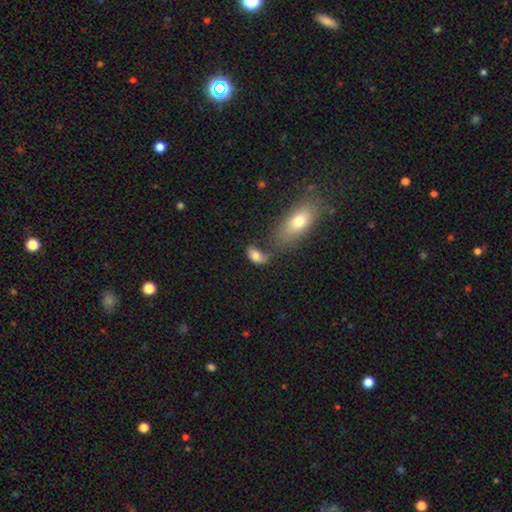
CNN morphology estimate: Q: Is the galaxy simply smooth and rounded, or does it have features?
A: smooth — 79%.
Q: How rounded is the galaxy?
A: in between — 89%.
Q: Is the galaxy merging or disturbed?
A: none — 39%.